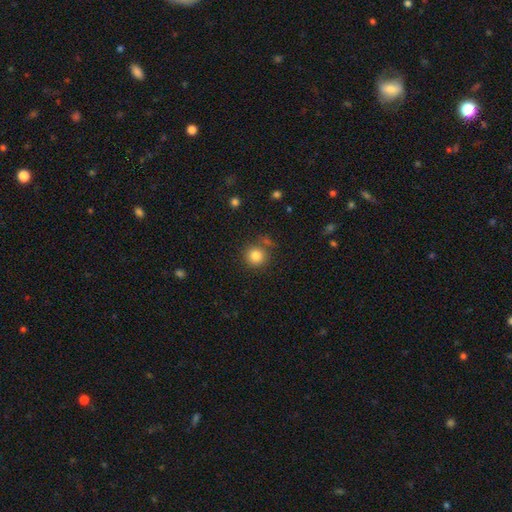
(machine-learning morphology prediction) Overall: smooth (84%). How rounded: round (93%). Merging: none (79%).